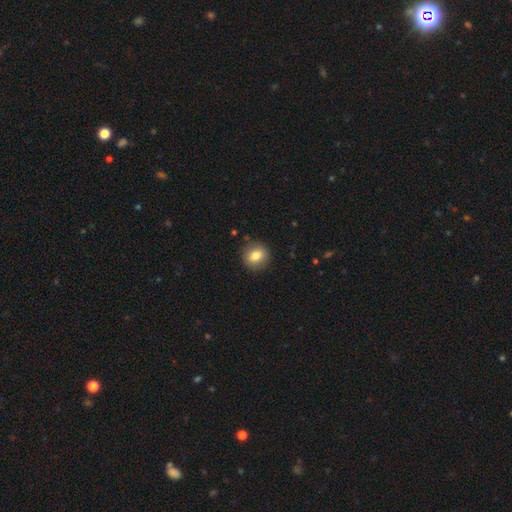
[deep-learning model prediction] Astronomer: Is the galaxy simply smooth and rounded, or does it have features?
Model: smooth — 79%.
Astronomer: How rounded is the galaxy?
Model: round — 80%.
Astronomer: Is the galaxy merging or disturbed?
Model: none — 88%.